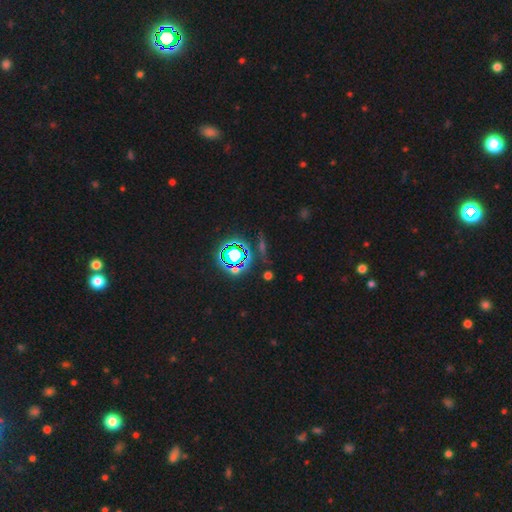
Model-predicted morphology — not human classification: star or artifact 80%, smooth 12%, featured or disk 8%.